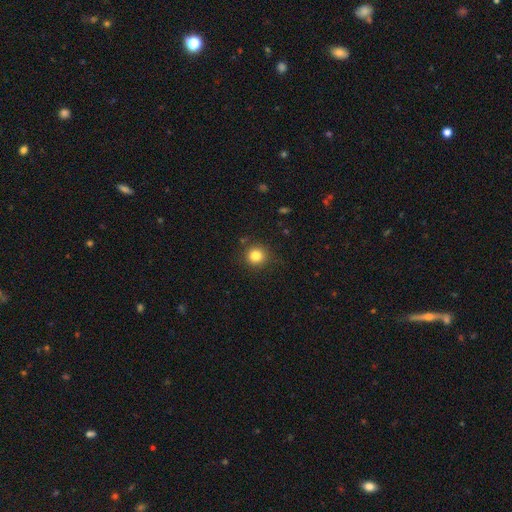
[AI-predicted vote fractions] Smooth or featured? smooth (83%)
How rounded? round (92%)
Merging? none (86%)